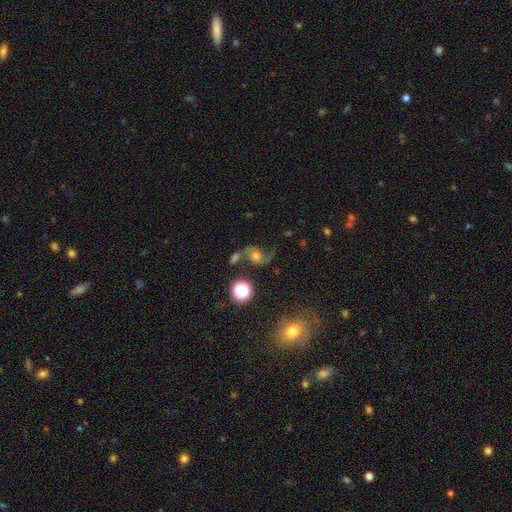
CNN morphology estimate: This appears to be a featured or disk galaxy (66%) with no bar (72%), 2 (86%) loose (72%) spiral arms (91%) and a moderate central bulge (53%). Merging: none (52%).